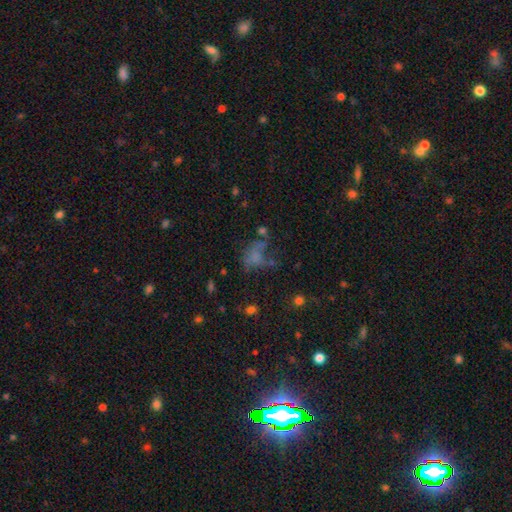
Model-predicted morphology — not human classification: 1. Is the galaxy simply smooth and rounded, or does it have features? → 49% smooth, 26% featured or disk, 25% star or artifact.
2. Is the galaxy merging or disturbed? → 36% major disturbance, 31% none, 19% minor disturbance, 14% merger.